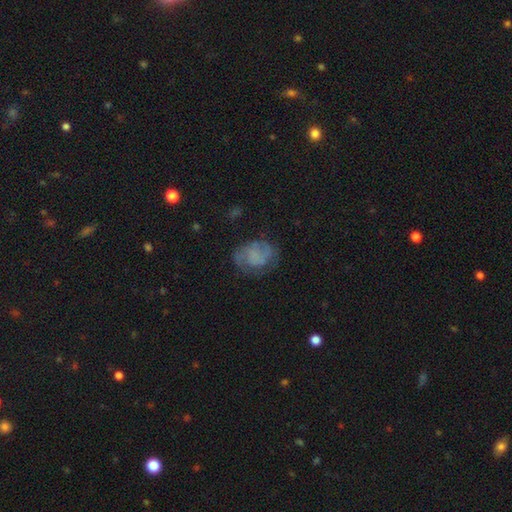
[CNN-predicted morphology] This appears to be a featured or disk galaxy (55%) with no bar (76%), spiral arms (79%) and no central bulge (70%). Merging: none (62%).